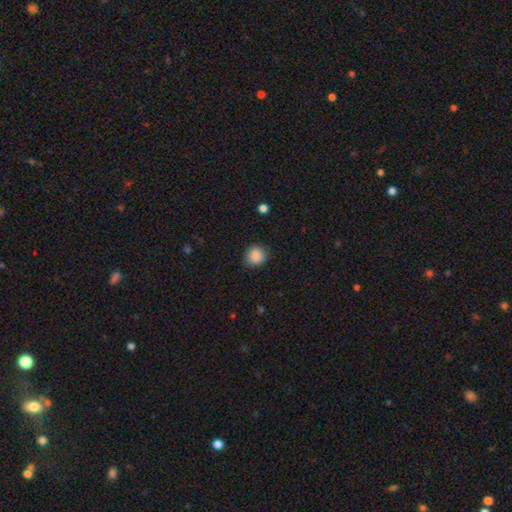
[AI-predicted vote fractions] A smooth galaxy with no disk features (87%) that is round (81%). Merging: none (82%).